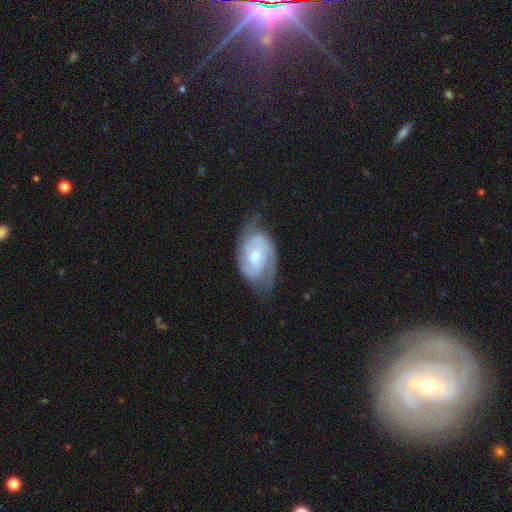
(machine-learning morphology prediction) Overall: featured or disk (79%). Edge-on disk: no (97%). Bar: no (55%; weak 38%). Spiral arms: yes (94%). Spiral arm count: 2 (71%). Spiral winding: tight (50%; medium 40%). Bulge size: moderate (49%; small 35%). Merging: none (62%; minor disturbance 27%).